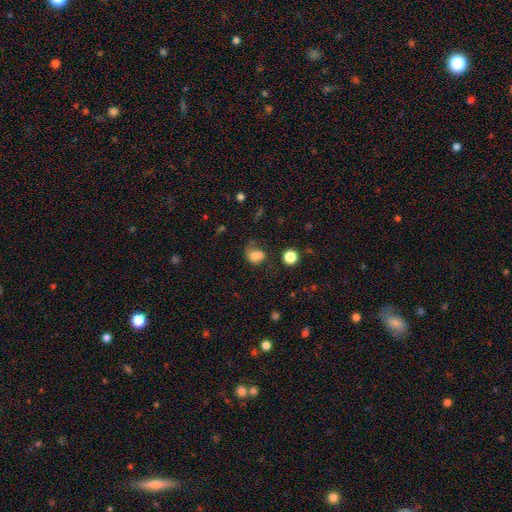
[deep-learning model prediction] The model was most divided on "merging": merger: 45%, none: 32%, minor disturbance: 14%, major disturbance: 9%. More confident: smooth or featured — smooth (72%); how rounded — round (63%).